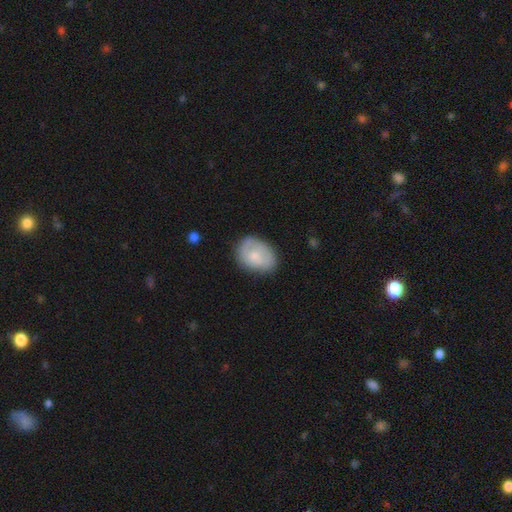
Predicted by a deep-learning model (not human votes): Morphology: type=smooth (68%); roundness=in between (70%); merging=none (67%).